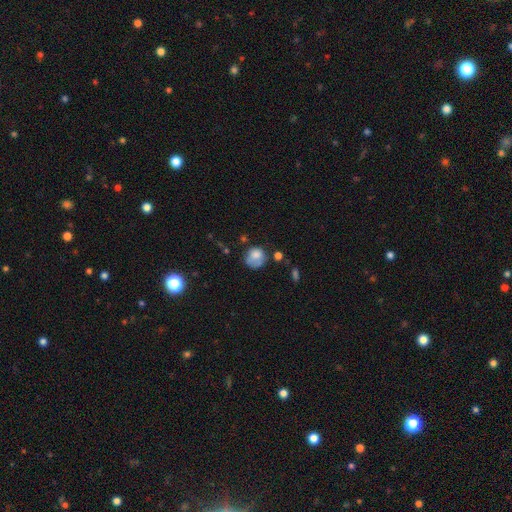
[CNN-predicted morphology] A smooth galaxy with no disk features (73%) that is round (78%). Merging: none (47%).